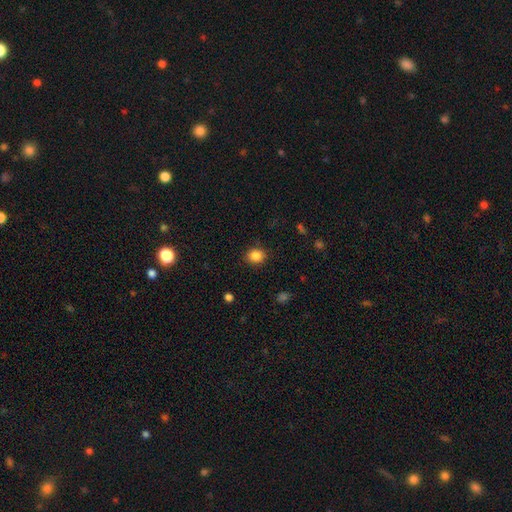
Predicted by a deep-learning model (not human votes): This is clearly a smooth galaxy (85%). How rounded: likely round (60%). Merging: clearly none (88%).